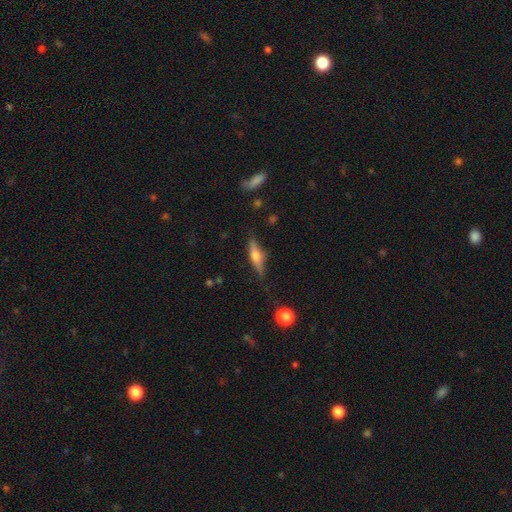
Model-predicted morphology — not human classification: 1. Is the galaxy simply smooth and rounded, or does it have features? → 60% featured or disk, 32% smooth, 8% star or artifact.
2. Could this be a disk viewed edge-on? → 94% yes, 6% no.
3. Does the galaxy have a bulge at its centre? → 91% rounded, 6% boxy, 3% none.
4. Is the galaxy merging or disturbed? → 79% none, 15% minor disturbance, 4% major disturbance, 2% merger.